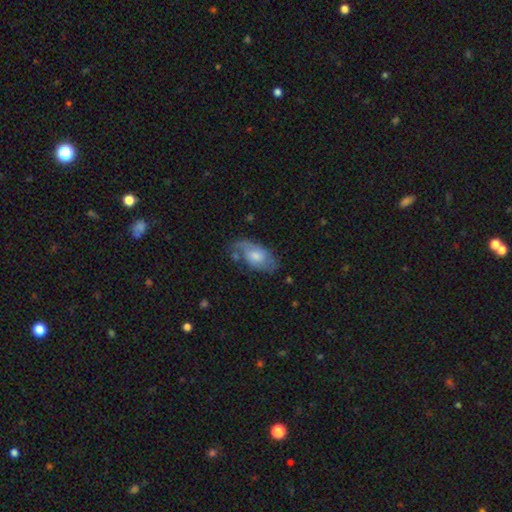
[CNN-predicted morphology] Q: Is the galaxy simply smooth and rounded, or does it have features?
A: featured or disk — 54%.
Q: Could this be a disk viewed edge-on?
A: no — 92%.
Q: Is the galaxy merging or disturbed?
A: none — 51%.